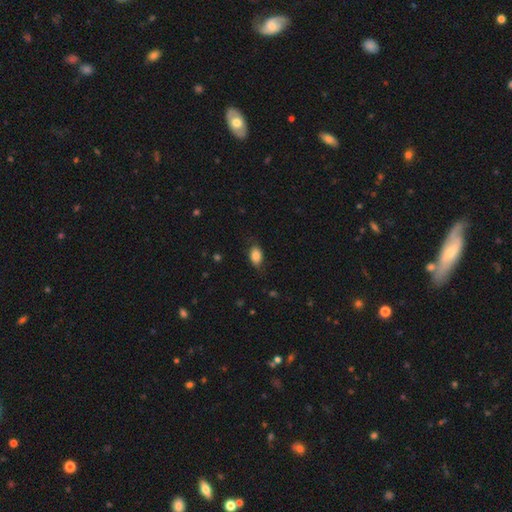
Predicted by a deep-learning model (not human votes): A smooth galaxy with no disk features (84%) that is in between round and cigar-shaped (85%).

Vote fractions:
- Smooth or featured? smooth: 84% / featured or disk: 8% / star or artifact: 8%
- How rounded? in between: 85% / round: 13% / cigar-shaped: 2%
- Merging? none: 72% / minor disturbance: 21% / major disturbance: 6% / merger: 1%